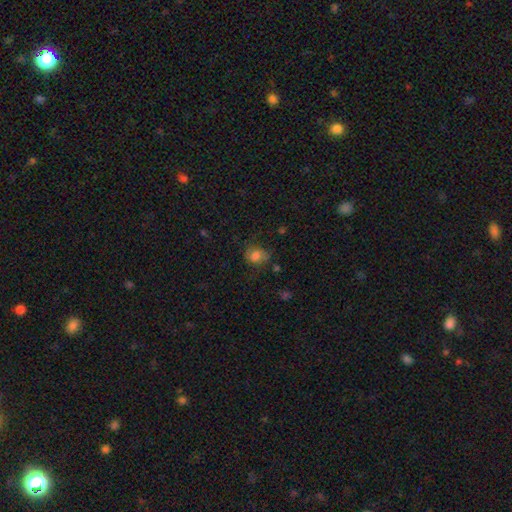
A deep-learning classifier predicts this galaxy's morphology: Smooth or featured?
  - smooth: 74% *
  - featured or disk: 14%
  - star or artifact: 12%
How rounded?
  - round: 53% *
  - in between: 46%
  - cigar-shaped: 1%
Merging?
  - none: 56% *
  - minor disturbance: 27%
  - major disturbance: 15%
  - merger: 3%